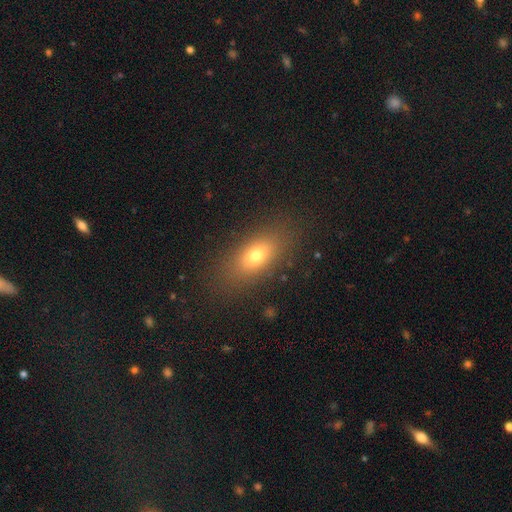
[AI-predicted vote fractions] Overall: smooth (72%). How rounded: in between (80%). Merging: none (84%).